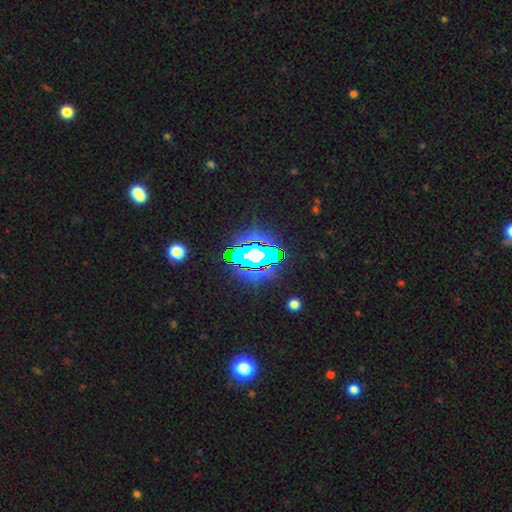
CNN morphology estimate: star or artifact 65%, smooth 18%, featured or disk 16%.